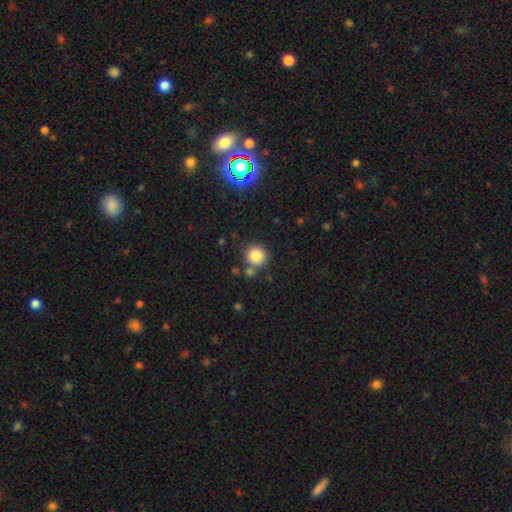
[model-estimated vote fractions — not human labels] This is clearly a smooth galaxy (84%). How rounded: clearly round (92%). Merging: likely none (75%).